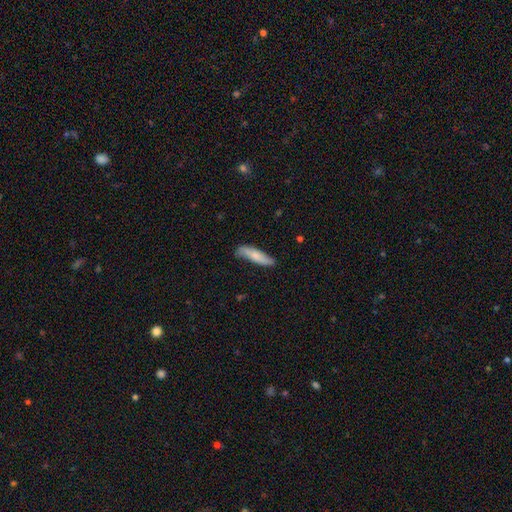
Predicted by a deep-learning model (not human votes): Smooth or featured? Predicted: smooth (p=0.71). How rounded? Predicted: cigar-shaped (p=0.74). Merging? Predicted: none (p=0.67).